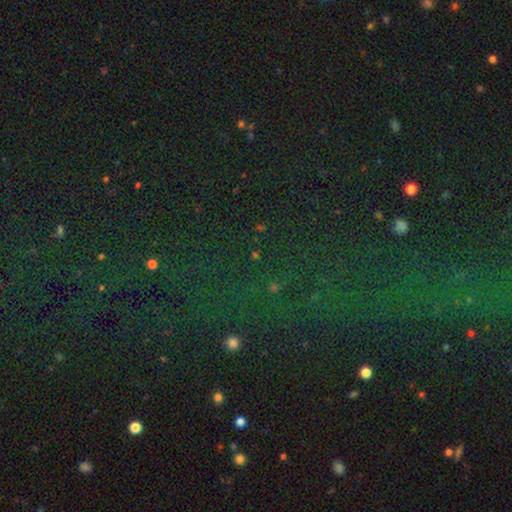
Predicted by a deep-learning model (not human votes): Q: Smooth or featured?
A: star or artifact (70%); runner-up: smooth (22%)